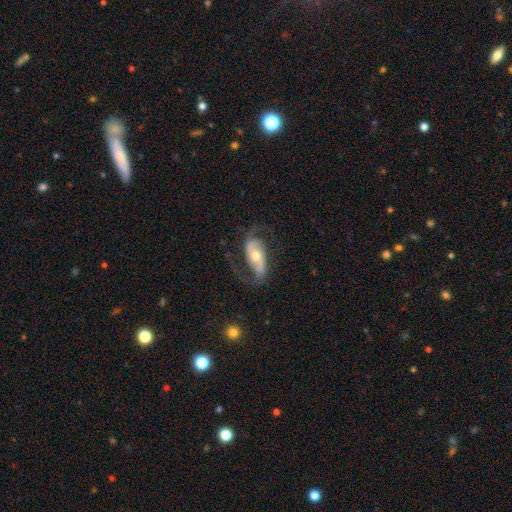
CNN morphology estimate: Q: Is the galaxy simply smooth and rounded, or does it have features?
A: featured or disk — 80%.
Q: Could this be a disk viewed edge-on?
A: no — 94%.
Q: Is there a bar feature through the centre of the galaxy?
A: no — 35%.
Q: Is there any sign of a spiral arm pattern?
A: yes — 92%.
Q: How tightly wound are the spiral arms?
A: loose — 46%.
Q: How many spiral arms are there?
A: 2 — 89%.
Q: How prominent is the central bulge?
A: moderate — 63%.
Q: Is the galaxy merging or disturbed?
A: none — 67%.